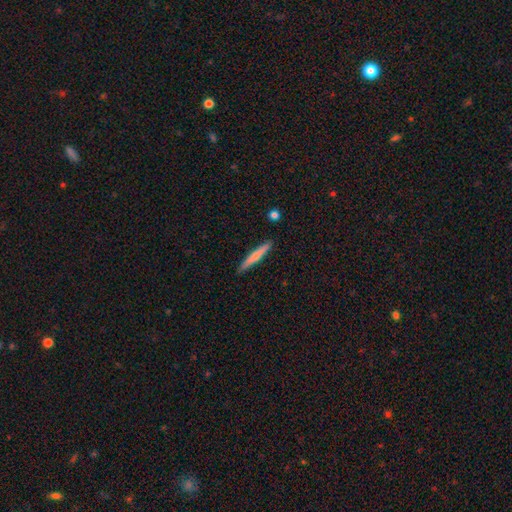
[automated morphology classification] Smooth or featured?
  - smooth: 65% *
  - featured or disk: 30%
  - star or artifact: 5%
How rounded?
  - cigar-shaped: 95% *
  - in between: 3%
  - round: 1%
Merging?
  - none: 89% *
  - minor disturbance: 8%
  - merger: 2%
  - major disturbance: 2%